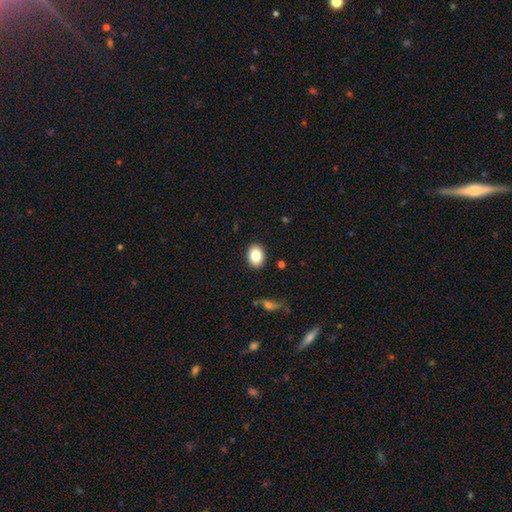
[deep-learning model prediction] smooth 82%, featured or disk 9%, star or artifact 8%. Down the decision tree: how rounded — in between (69%); merging — none (89%).